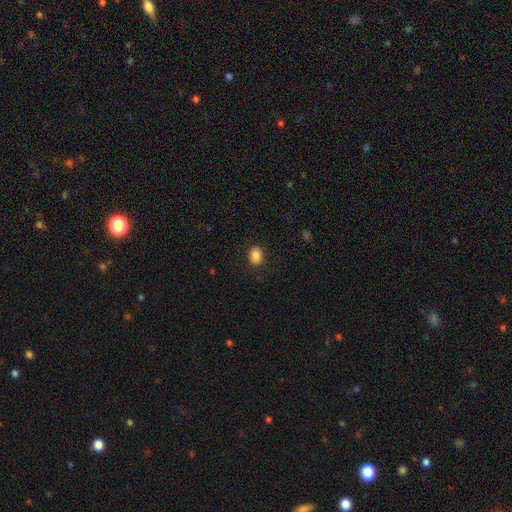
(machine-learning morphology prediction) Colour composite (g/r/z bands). It shows a smooth galaxy with no disk features (87%) that is in between round and cigar-shaped (61%). Merging: none (87%).